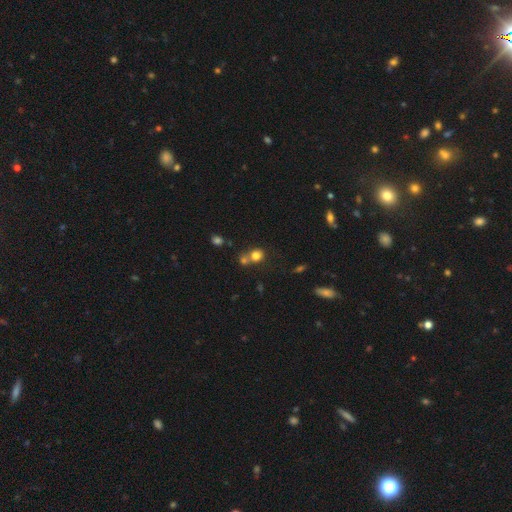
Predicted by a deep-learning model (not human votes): Overall: smooth (77%). How rounded: round (79%). Merging: none (49%; merger 38%).